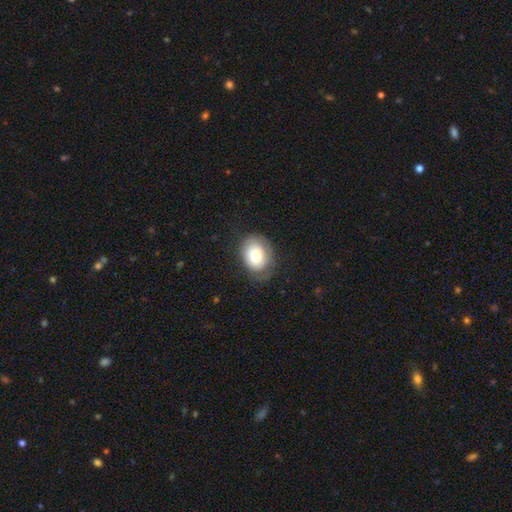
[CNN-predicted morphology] Smooth or featured: smooth — 72% (featured or disk — 19%)
How rounded: in between — 57% (round — 42%)
Merging: none — 69% (minor disturbance — 22%)